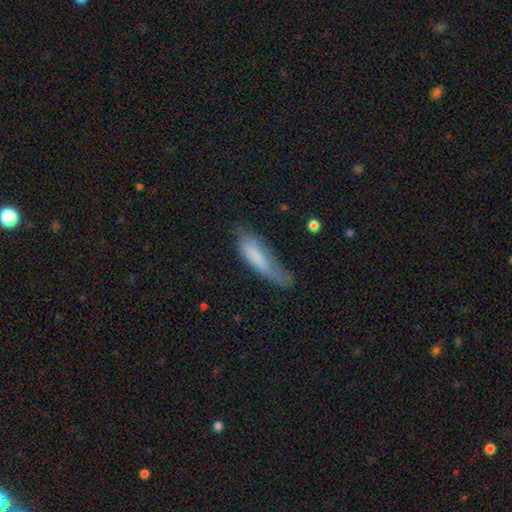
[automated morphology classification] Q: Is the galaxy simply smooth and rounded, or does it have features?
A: smooth — 73%.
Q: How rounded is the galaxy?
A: cigar-shaped — 66%.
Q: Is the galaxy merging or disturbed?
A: none — 41%.